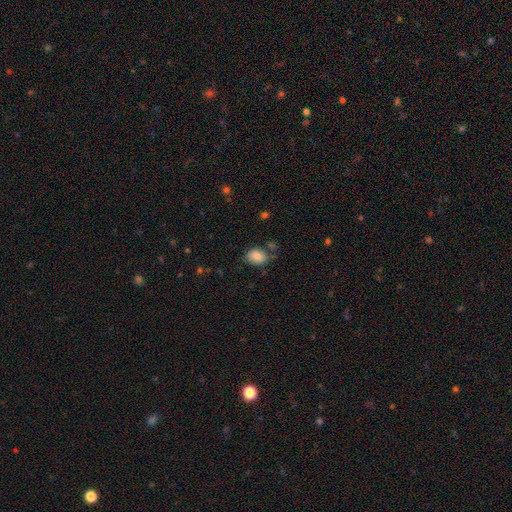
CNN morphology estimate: A smooth galaxy with no disk features (83%) that is in between round and cigar-shaped (62%).

Vote fractions:
- Smooth or featured? smooth: 83% / star or artifact: 9% / featured or disk: 8%
- How rounded? in between: 62% / round: 37% / cigar-shaped: 1%
- Merging? none: 65% / minor disturbance: 23% / major disturbance: 6% / merger: 6%